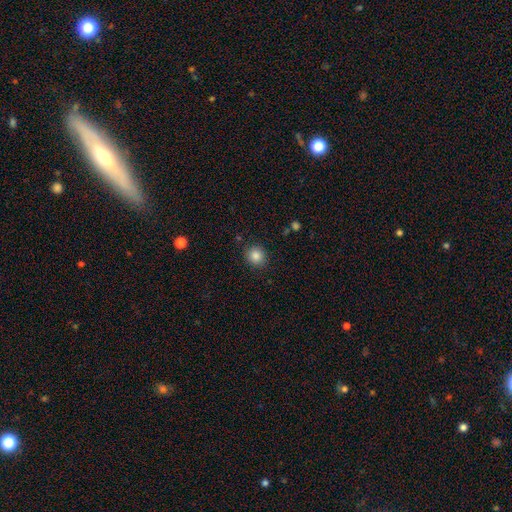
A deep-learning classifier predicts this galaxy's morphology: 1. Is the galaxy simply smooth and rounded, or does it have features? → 85% smooth, 10% star or artifact, 5% featured or disk.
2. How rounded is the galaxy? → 86% round, 14% in between, 1% cigar-shaped.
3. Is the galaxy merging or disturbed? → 88% none, 8% minor disturbance, 2% major disturbance, 1% merger.